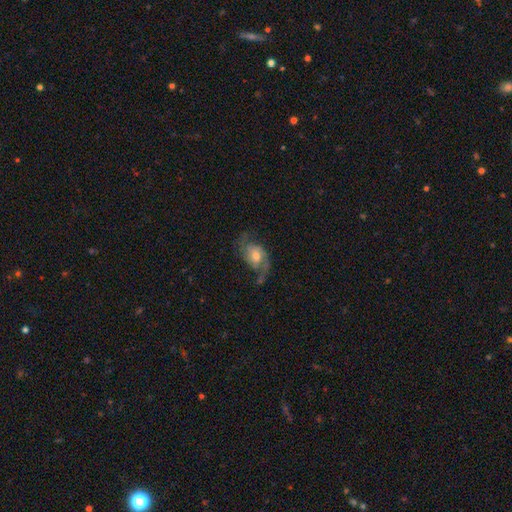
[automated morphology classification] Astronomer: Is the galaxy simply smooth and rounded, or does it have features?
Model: featured or disk — 80%.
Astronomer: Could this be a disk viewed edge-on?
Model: no — 97%.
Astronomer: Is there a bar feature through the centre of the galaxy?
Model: no — 63%.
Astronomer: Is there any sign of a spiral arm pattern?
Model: yes — 94%.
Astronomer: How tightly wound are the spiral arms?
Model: loose — 47% (runner-up: medium, 40%).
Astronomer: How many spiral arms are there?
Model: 2 — 87%.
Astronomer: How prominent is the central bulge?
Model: moderate — 62%.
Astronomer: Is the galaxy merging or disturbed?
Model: none — 60%.